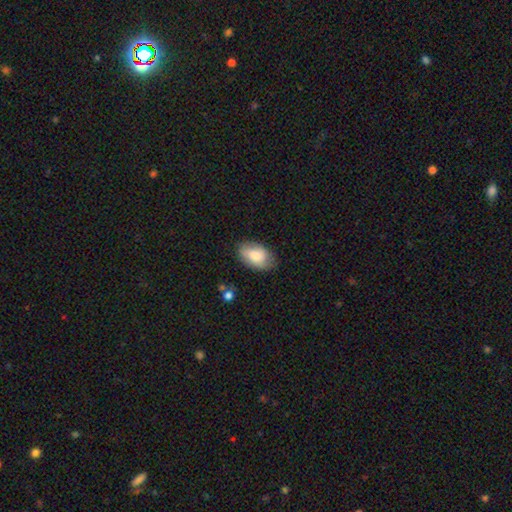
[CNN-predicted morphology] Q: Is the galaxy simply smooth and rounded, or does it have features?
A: smooth — 79%.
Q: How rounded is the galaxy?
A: in between — 92%.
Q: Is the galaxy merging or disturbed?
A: none — 73%.